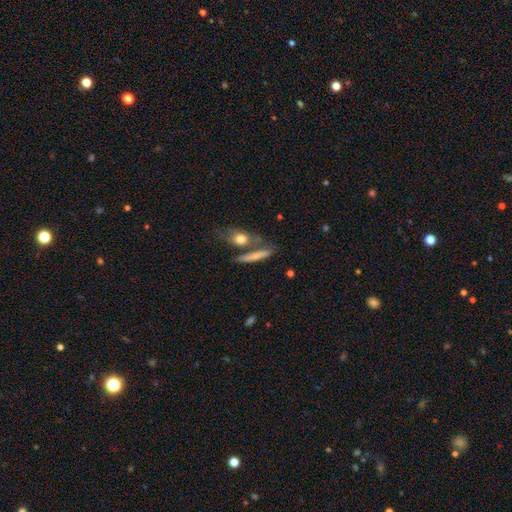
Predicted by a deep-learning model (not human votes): Smooth or featured: smooth — 67% (featured or disk — 25%)
How rounded: cigar-shaped — 73% (in between — 19%)
Merging: none — 55% (merger — 25%)